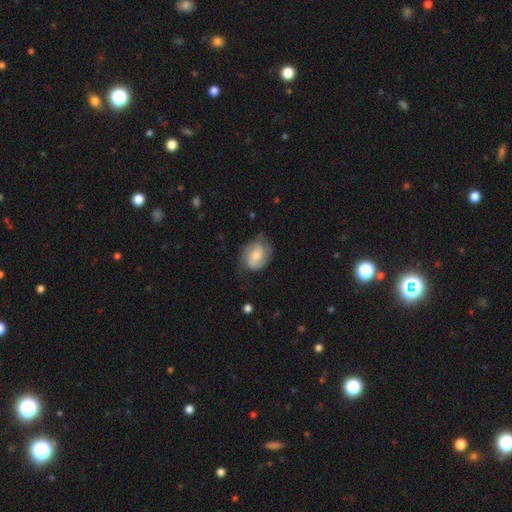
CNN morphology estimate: This appears to be a featured or disk galaxy (56%) with no bar (51%), spiral arms (88%) and a moderate central bulge (47%). Merging: none (59%).